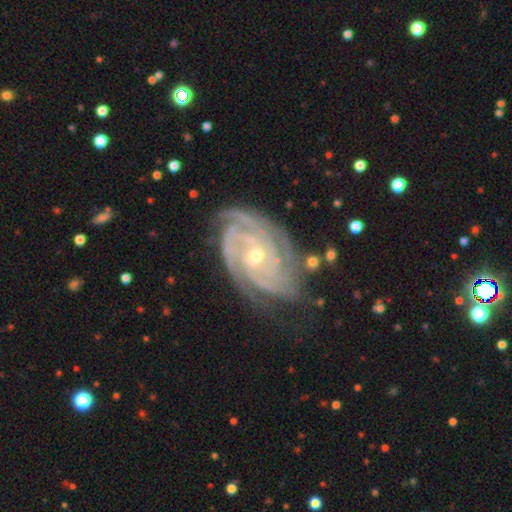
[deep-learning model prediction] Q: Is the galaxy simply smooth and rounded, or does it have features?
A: featured or disk — 91%.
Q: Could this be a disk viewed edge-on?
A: no — 97%.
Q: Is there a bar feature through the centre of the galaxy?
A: no — 60%.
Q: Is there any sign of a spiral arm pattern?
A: yes — 98%.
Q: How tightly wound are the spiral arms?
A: tight — 76%.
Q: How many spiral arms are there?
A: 3 — 34%.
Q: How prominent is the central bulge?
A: small — 55%.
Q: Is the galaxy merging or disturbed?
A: none — 70%.